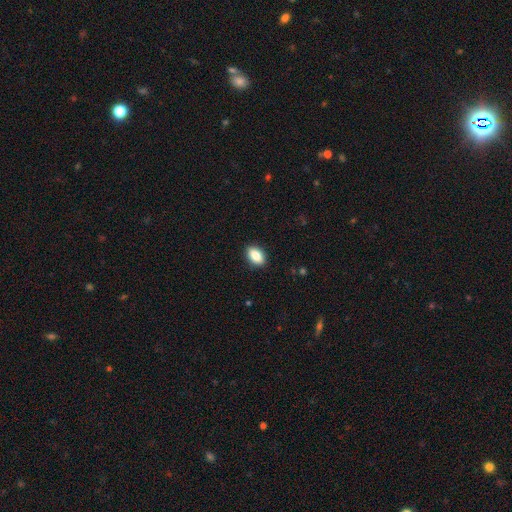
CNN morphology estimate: Q: Smooth or featured?
A: smooth (86%); runner-up: star or artifact (7%)
Q: How rounded?
A: in between (89%); runner-up: round (8%)
Q: Merging?
A: none (89%); runner-up: minor disturbance (8%)